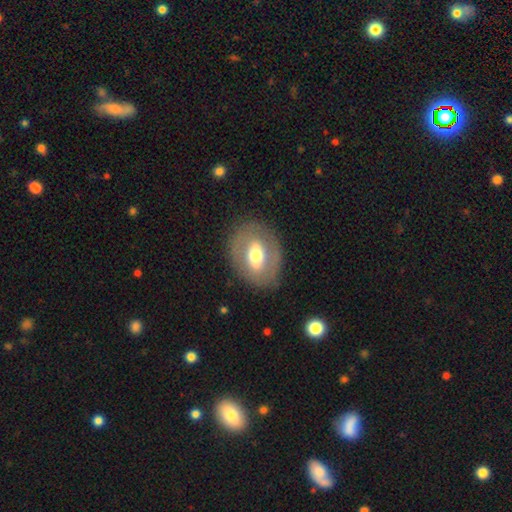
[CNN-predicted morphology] Smooth or featured: featured or disk — 48% (smooth — 45%)
Merging: none — 81% (minor disturbance — 12%)